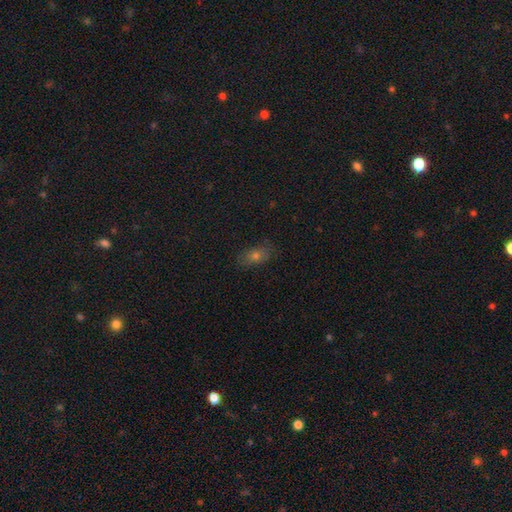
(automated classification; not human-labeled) Overall: smooth (63%). How rounded: in between (80%). Merging: none (82%).